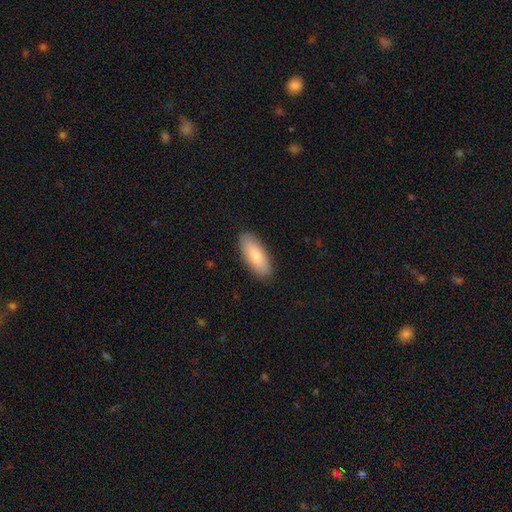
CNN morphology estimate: Q: Smooth or featured?
A: smooth (82%); runner-up: featured or disk (13%)
Q: How rounded?
A: in between (78%); runner-up: cigar-shaped (20%)
Q: Merging?
A: none (88%); runner-up: minor disturbance (9%)